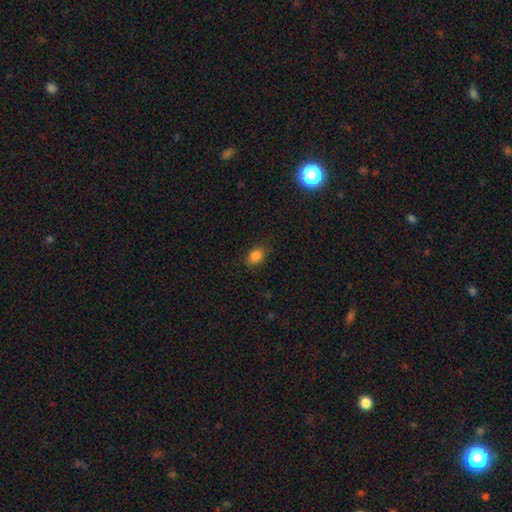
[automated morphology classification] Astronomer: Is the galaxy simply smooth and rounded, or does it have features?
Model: smooth — 85%.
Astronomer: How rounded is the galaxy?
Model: in between — 71%.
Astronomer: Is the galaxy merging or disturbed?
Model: none — 83%.